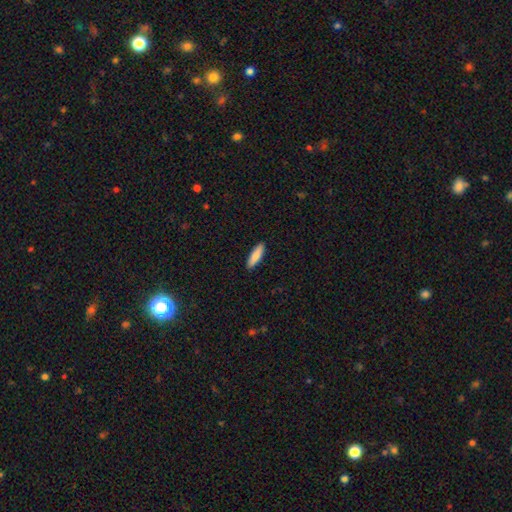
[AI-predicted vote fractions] Morphology: type=smooth (86%); roundness=cigar-shaped (59%); merging=none (90%).